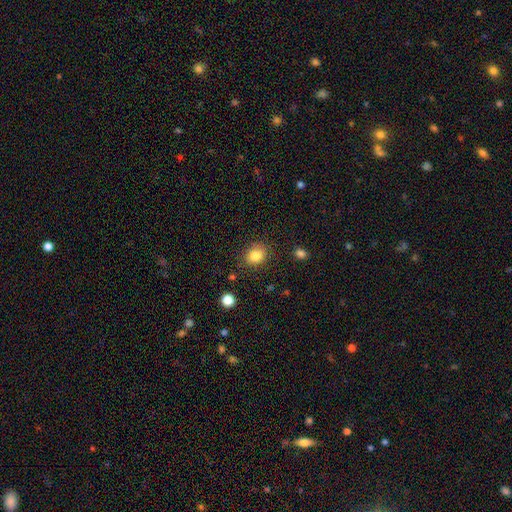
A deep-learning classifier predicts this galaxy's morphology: A smooth galaxy with no disk features (84%) that is round (58%). Merging: none (80%).